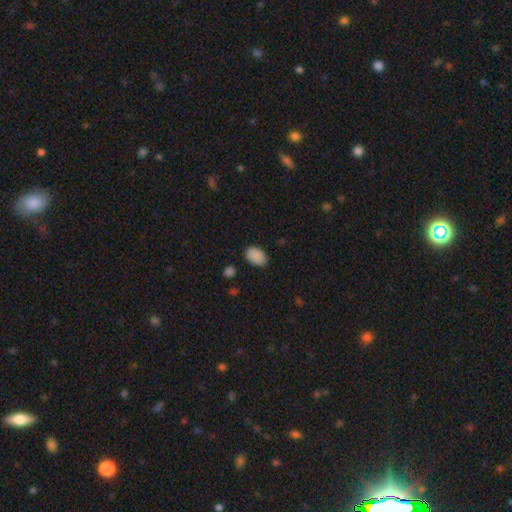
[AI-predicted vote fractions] smooth 89%, star or artifact 8%, featured or disk 3%. Down the decision tree: how rounded — in between (87%); merging — none (83%).